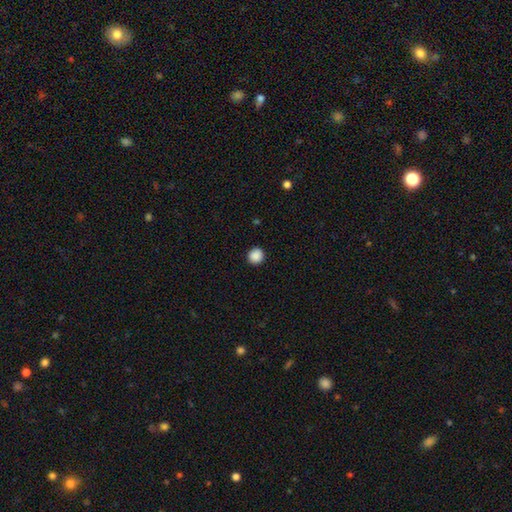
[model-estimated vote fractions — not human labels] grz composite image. It shows a smooth galaxy with no disk features (88%) that is round (94%). Merging: none (93%).